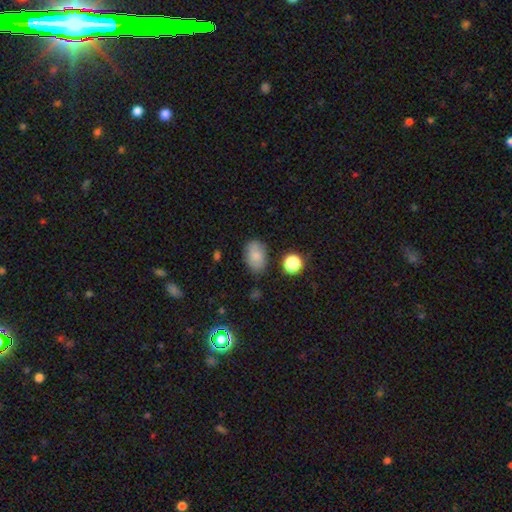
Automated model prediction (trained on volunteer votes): This appears to be a smooth galaxy with no disk features (81%) that is in between round and cigar-shaped (85%). Merging: none (76%).